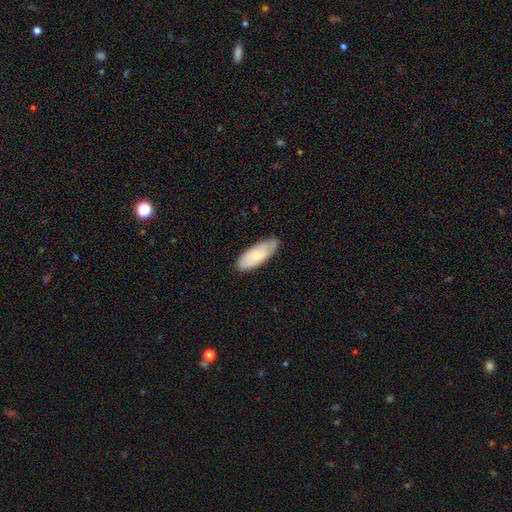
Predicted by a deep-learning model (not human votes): smooth 70%, featured or disk 24%, star or artifact 6%. Down the decision tree: how rounded — in between (75%); merging — none (76%).